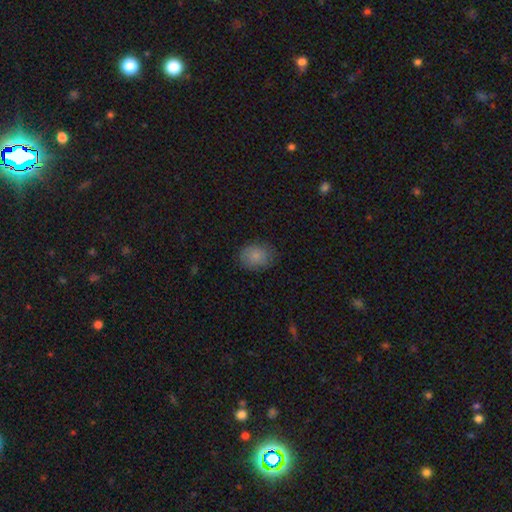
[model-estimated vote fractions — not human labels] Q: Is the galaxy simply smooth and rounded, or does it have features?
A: smooth — 84%.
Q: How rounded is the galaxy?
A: round — 51%.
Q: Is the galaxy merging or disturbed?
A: none — 77%.